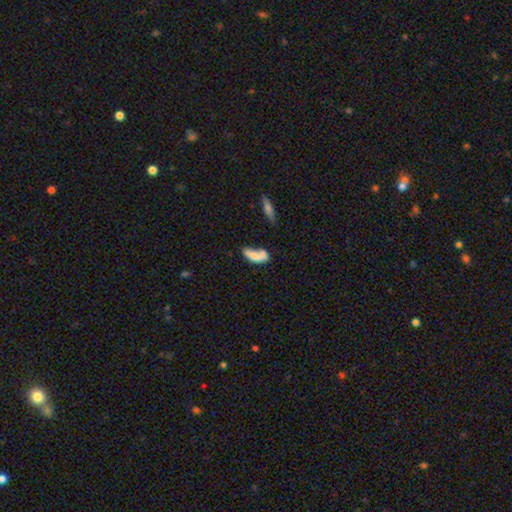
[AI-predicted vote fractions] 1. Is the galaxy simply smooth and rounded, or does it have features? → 68% smooth, 24% featured or disk, 9% star or artifact.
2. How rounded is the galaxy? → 74% in between, 22% cigar-shaped, 4% round.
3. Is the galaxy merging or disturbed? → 40% merger, 28% none, 17% minor disturbance, 14% major disturbance.